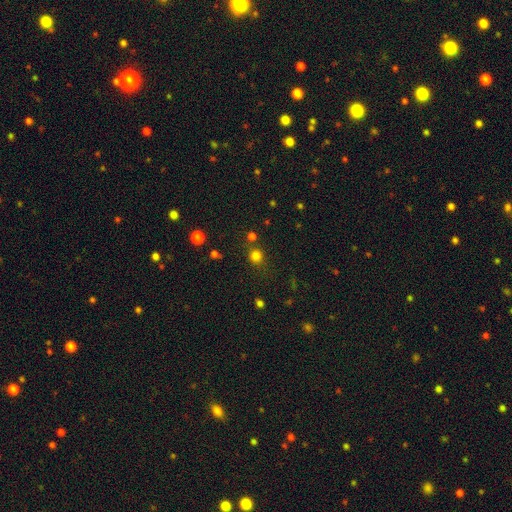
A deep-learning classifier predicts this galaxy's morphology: Smooth or featured? Predicted: smooth (p=0.77). How rounded? Predicted: round (p=0.89). Merging? Predicted: none (p=0.77).